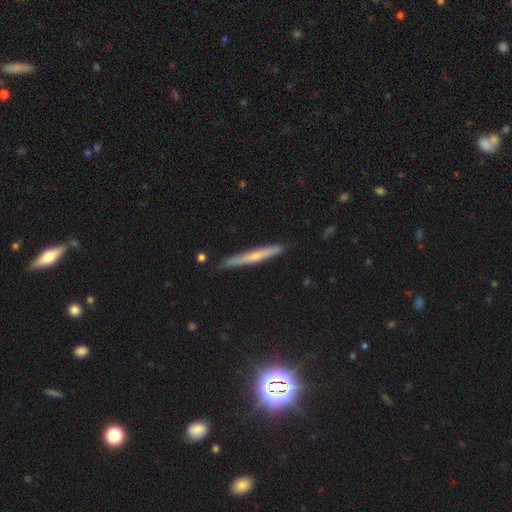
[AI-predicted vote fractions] A smooth galaxy with no disk features (50%). Merging: none (86%).